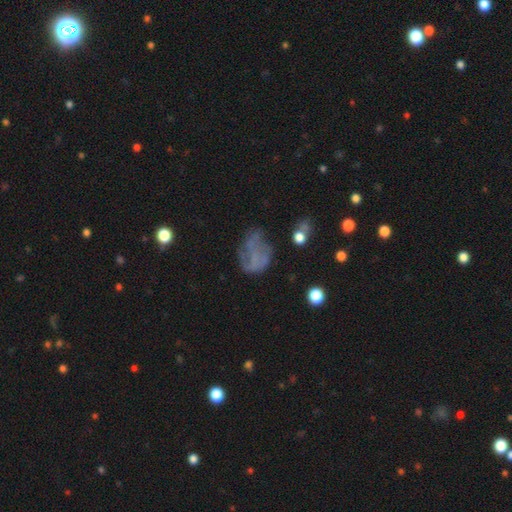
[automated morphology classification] type=featured or disk (42%); merging=none (37%).